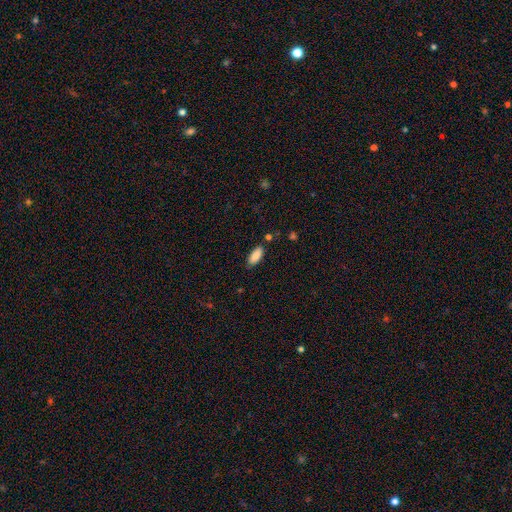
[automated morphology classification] smooth_or_featured: smooth (p=0.89) [alt: star or artifact p=0.07]
how_rounded: in between (p=0.84) [alt: cigar-shaped p=0.15]
merging: none (p=0.81) [alt: minor disturbance p=0.13]